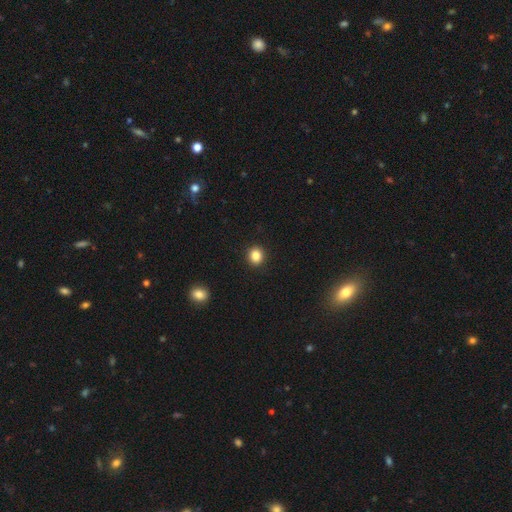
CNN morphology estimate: A smooth galaxy with no disk features (85%) that is round (84%). Merging: none (93%).